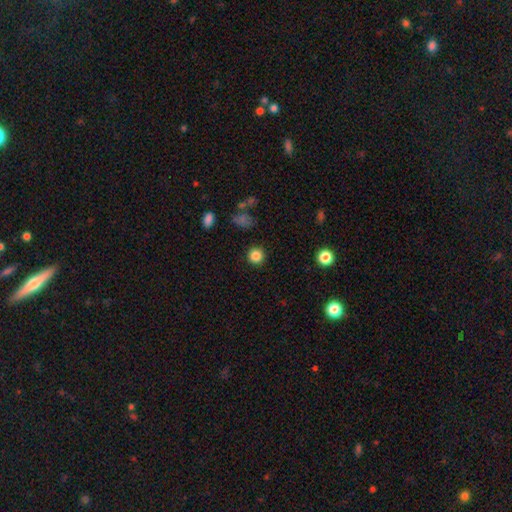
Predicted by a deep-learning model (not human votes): Morphology: type=smooth (85%); roundness=round (94%); merging=none (91%).